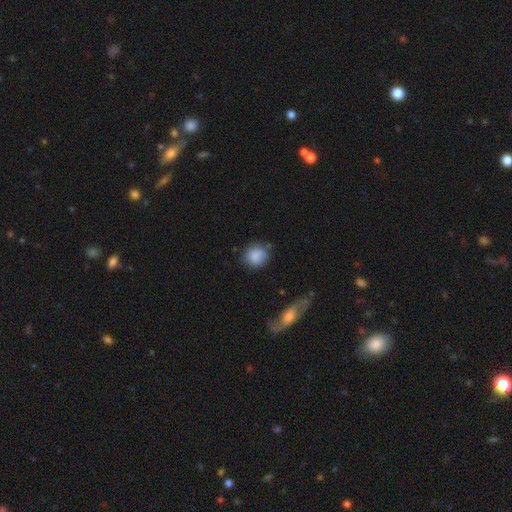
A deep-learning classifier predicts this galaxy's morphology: smooth-or-featured: smooth: 85% | star or artifact: 8% | featured or disk: 7%
  how-rounded: round: 83% | in between: 16% | cigar-shaped: 1%
  merging: none: 70% | minor disturbance: 21% | major disturbance: 5% | merger: 4%